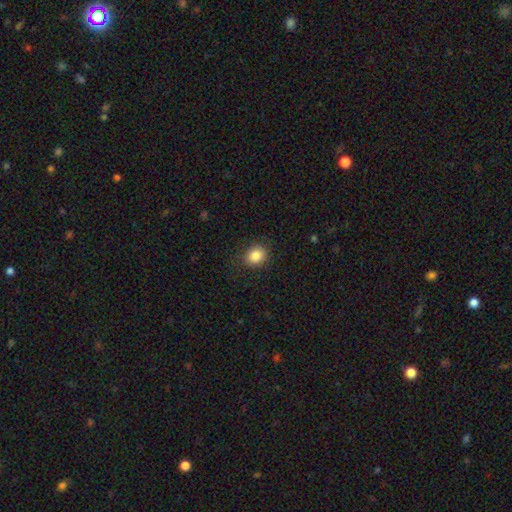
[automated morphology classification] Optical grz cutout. It shows a smooth galaxy with no disk features (85%) that is round (65%). Merging: none (84%).